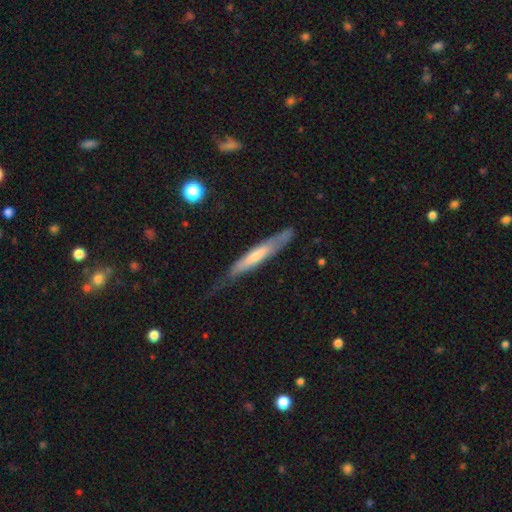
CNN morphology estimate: Smooth or featured: smooth — 50% (featured or disk — 44%)
How rounded: cigar-shaped — 92% (in between — 7%)
Merging: none — 59% (minor disturbance — 28%)